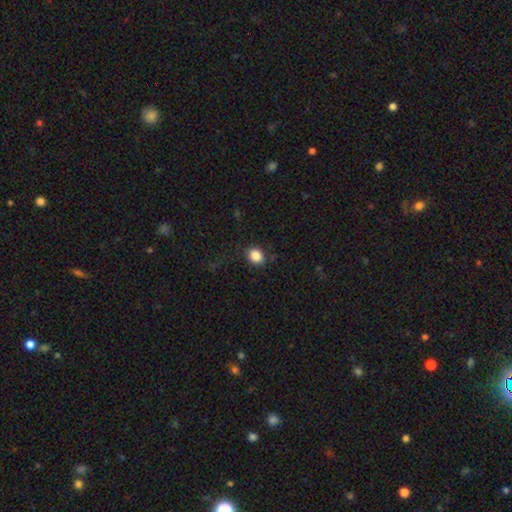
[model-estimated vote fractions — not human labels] Smooth or featured: smooth — 87% (star or artifact — 9%)
How rounded: round — 57% (in between — 42%)
Merging: none — 85% (minor disturbance — 11%)